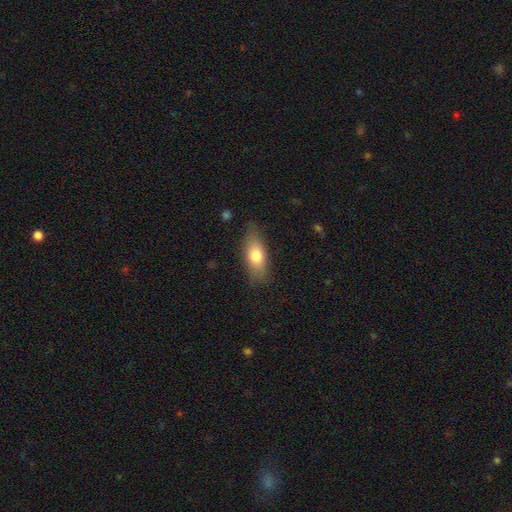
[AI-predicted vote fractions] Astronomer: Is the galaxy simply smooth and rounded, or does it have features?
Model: smooth — 75%.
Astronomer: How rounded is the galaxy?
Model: in between — 77%.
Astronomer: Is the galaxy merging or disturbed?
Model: none — 77%.